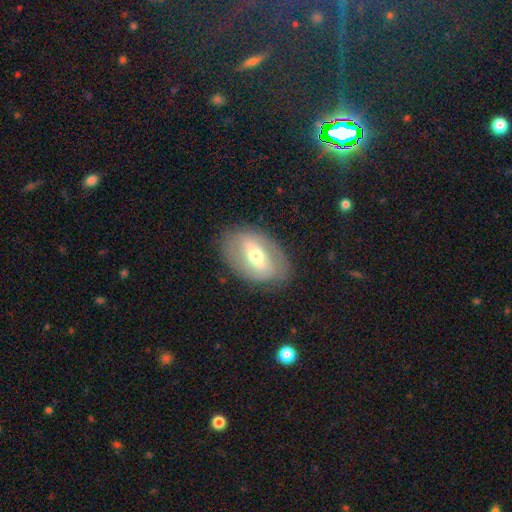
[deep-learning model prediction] Smooth or featured? Predicted: featured or disk (p=0.62). Edge-on disk? Predicted: no (p=0.90). Bar? Predicted: strong (p=0.42). Spiral arms? Predicted: no (p=0.53). Bulge size? Predicted: moderate (p=0.67). Merging? Predicted: none (p=0.79).